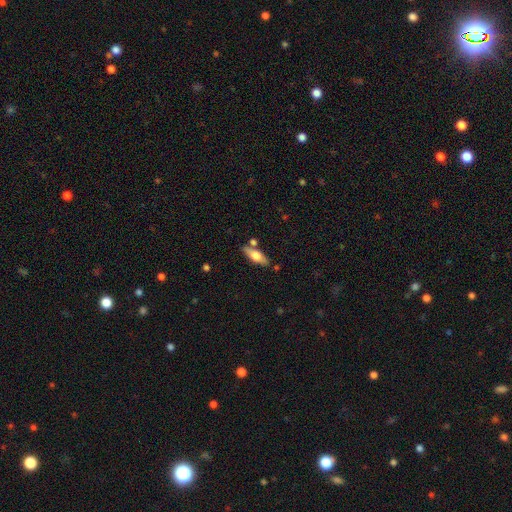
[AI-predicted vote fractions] Morphology: type=smooth (57%); roundness=in between (58%); merging=none (76%).